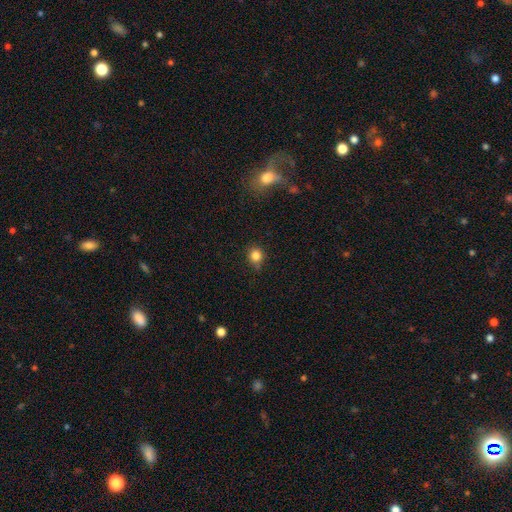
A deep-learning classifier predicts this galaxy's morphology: Smooth or featured: smooth — 83% (star or artifact — 12%)
How rounded: round — 86% (in between — 13%)
Merging: none — 77% (minor disturbance — 16%)